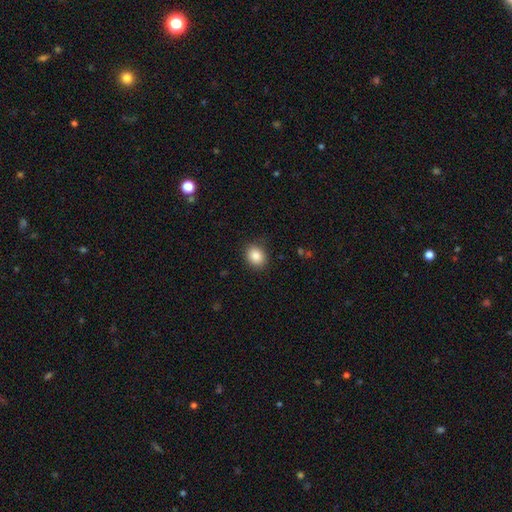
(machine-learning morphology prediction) Q: Smooth or featured?
A: smooth (86%); runner-up: star or artifact (9%)
Q: How rounded?
A: round (54%); runner-up: in between (45%)
Q: Merging?
A: none (87%); runner-up: minor disturbance (9%)